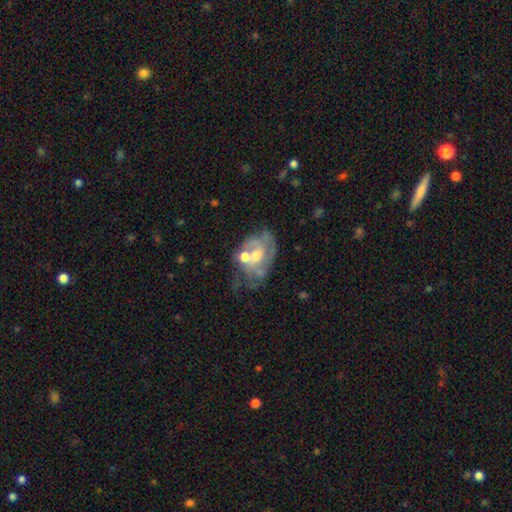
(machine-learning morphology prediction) Q: Smooth or featured?
A: featured or disk (72%); runner-up: smooth (19%)
Q: Edge-on disk?
A: no (97%); runner-up: yes (3%)
Q: Bar?
A: no (68%); runner-up: weak (27%)
Q: Spiral arms?
A: yes (63%); runner-up: no (37%)
Q: Bulge size?
A: moderate (60%); runner-up: small (29%)
Q: Merging?
A: none (38%); runner-up: merger (23%)